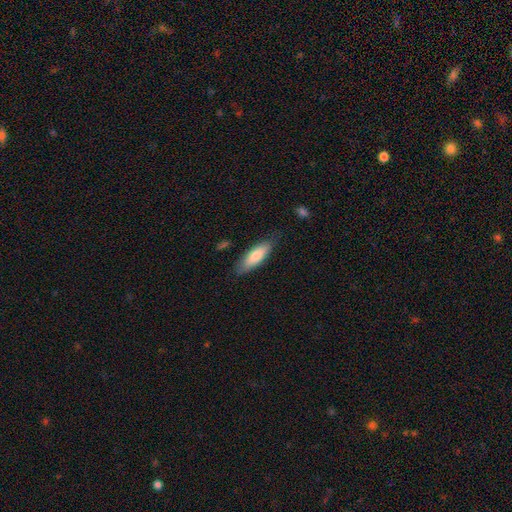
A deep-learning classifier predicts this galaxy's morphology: A smooth galaxy with no disk features (77%) that is in between round and cigar-shaped (56%). Merging: none (79%).